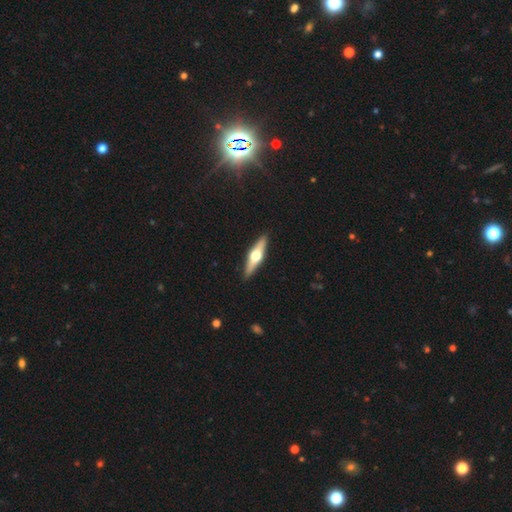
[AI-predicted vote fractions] A featured or disk galaxy (66%) viewed edge-on (96%) with a rounded central bulge (96%). Merging: none (91%).